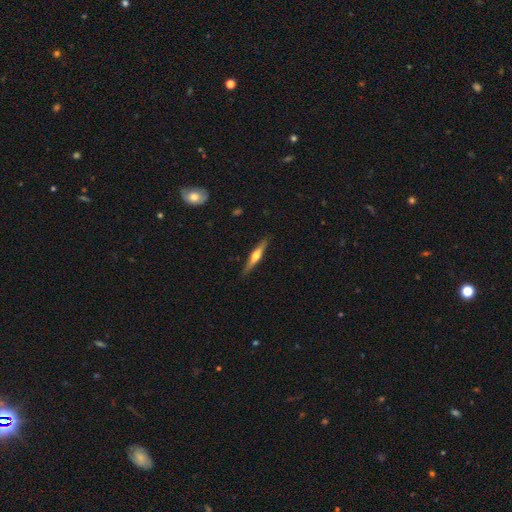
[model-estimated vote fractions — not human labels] A featured or disk galaxy (60%) viewed edge-on (96%) with a rounded central bulge (91%).

Vote fractions:
- Smooth or featured? featured or disk: 60% / smooth: 34% / star or artifact: 5%
- Edge-on disk? yes: 96% / no: 4%
- Edge-on bulge? rounded: 91% / none: 5% / boxy: 3%
- Merging? none: 88% / minor disturbance: 9% / major disturbance: 2% / merger: 1%